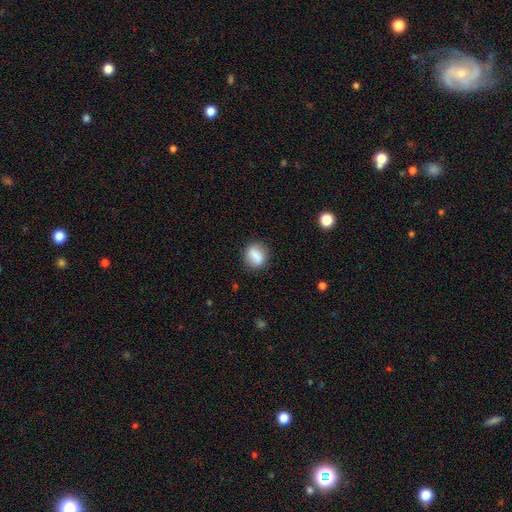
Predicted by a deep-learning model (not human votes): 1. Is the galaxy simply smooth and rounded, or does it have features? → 78% smooth, 14% featured or disk, 8% star or artifact.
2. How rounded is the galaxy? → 60% round, 37% in between, 3% cigar-shaped.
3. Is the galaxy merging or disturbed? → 82% none, 12% minor disturbance, 4% major disturbance, 2% merger.